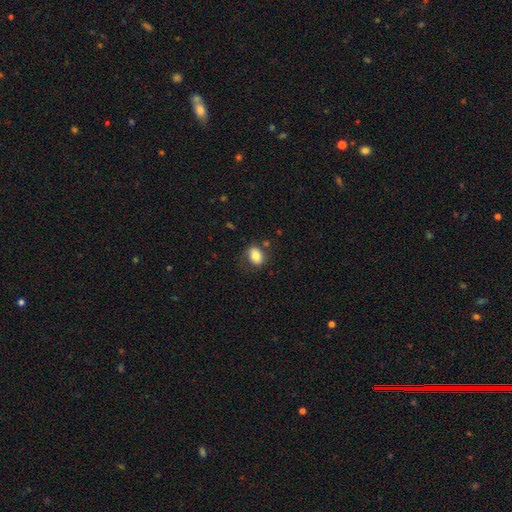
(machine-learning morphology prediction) Smooth or featured? Predicted: smooth (p=0.77). How rounded? Predicted: in between (p=0.69). Merging? Predicted: none (p=0.66).